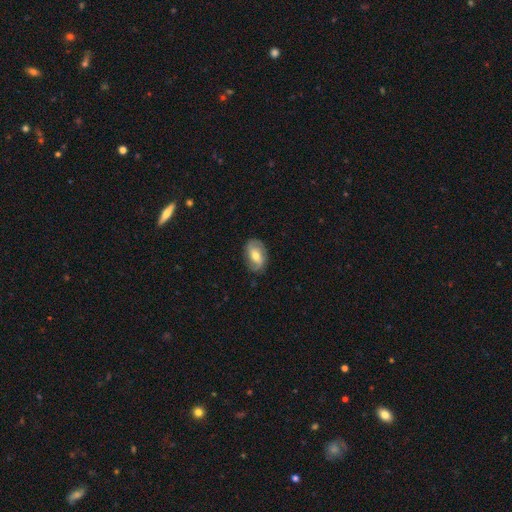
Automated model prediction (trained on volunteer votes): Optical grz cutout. It shows a featured or disk galaxy (53%). Merging: none (78%).